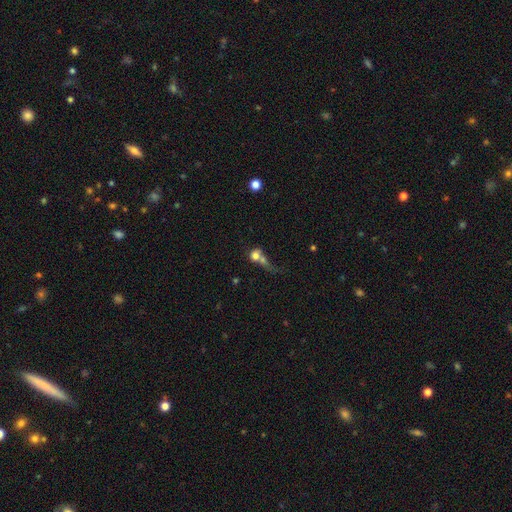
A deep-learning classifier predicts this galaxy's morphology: smooth 66%, featured or disk 21%, star or artifact 12%. Down the decision tree: how rounded — round (68%); merging — merger (54%).